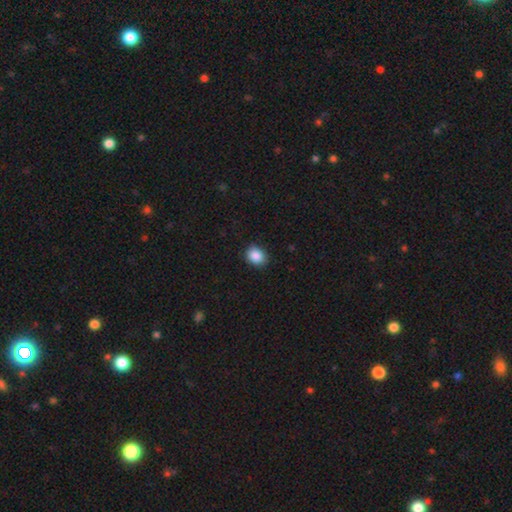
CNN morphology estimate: A smooth galaxy with no disk features (87%) that is round (53%).

Vote fractions:
- Smooth or featured? smooth: 87% / star or artifact: 9% / featured or disk: 4%
- How rounded? round: 53% / in between: 46% / cigar-shaped: 1%
- Merging? none: 85% / minor disturbance: 12% / major disturbance: 2% / merger: 1%